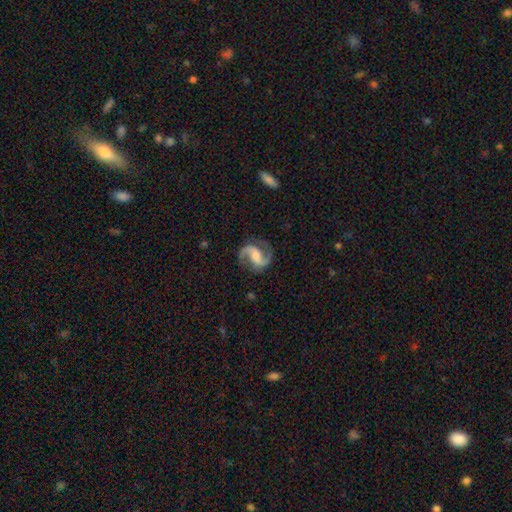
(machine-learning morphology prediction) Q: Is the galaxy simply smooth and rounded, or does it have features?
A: featured or disk — 92%.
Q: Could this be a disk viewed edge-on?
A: no — 98%.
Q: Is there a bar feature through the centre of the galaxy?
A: weak — 42%.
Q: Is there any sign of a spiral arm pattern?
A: yes — 98%.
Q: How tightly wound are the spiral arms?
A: medium — 58%.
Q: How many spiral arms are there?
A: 2 — 94%.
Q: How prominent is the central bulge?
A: moderate — 47%.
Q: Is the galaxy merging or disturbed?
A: none — 82%.